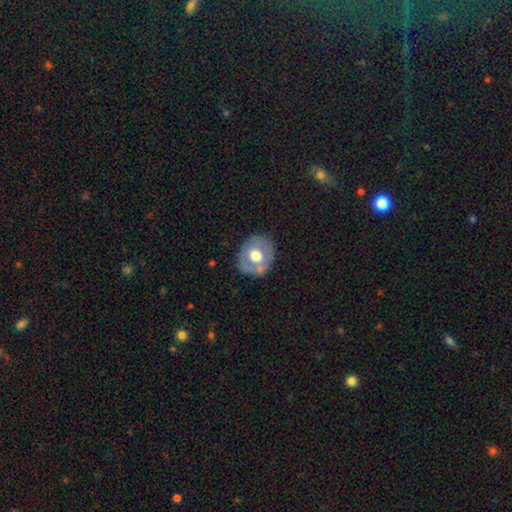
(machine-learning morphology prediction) A smooth galaxy with no disk features (53%) that is round (71%). Merging: none (74%).